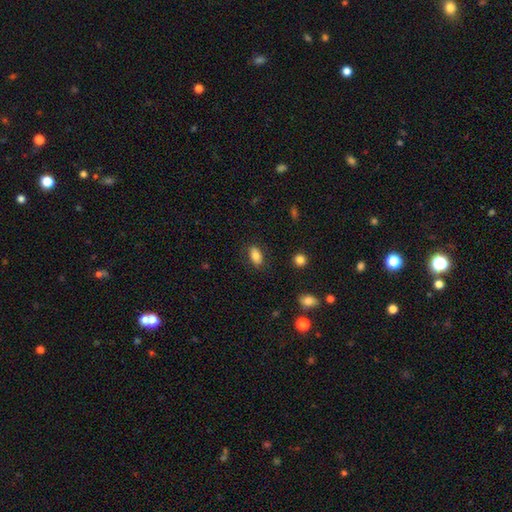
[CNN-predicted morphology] A smooth galaxy with no disk features (81%) that is in between round and cigar-shaped (90%). Merging: none (82%).